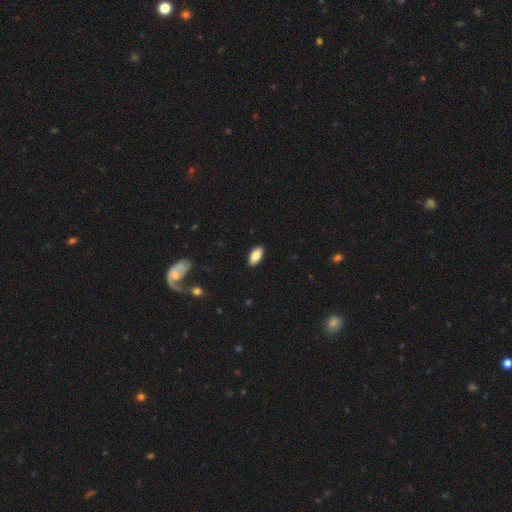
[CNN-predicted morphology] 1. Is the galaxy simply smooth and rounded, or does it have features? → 85% smooth, 8% featured or disk, 6% star or artifact.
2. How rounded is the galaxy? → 91% in between, 7% cigar-shaped, 2% round.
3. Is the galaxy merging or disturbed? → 90% none, 8% minor disturbance, 2% major disturbance, 1% merger.